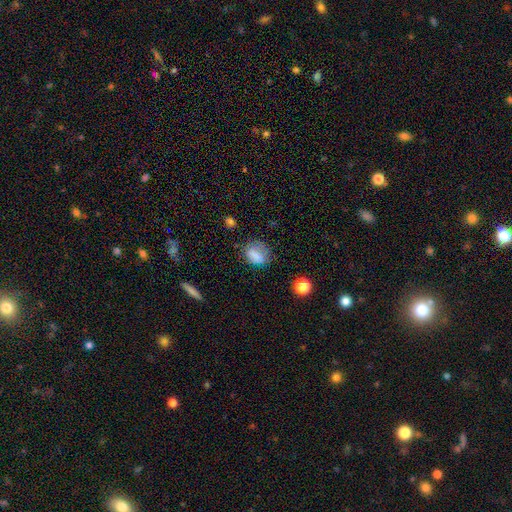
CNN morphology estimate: smooth 73%, featured or disk 16%, star or artifact 11%. Down the decision tree: how rounded — in between (63%); merging — none (54%).